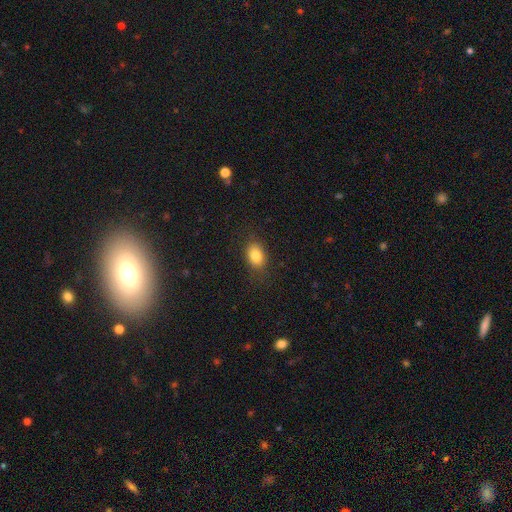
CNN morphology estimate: The model was most divided on "how rounded": in between: 78%, round: 20%, cigar-shaped: 2%. More confident: smooth or featured — smooth (83%); merging — none (82%).